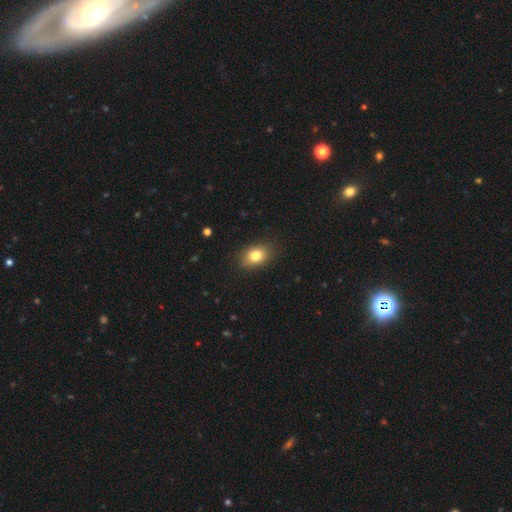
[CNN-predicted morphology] Smooth or featured? smooth (80%)
How rounded? in between (76%)
Merging? none (85%)